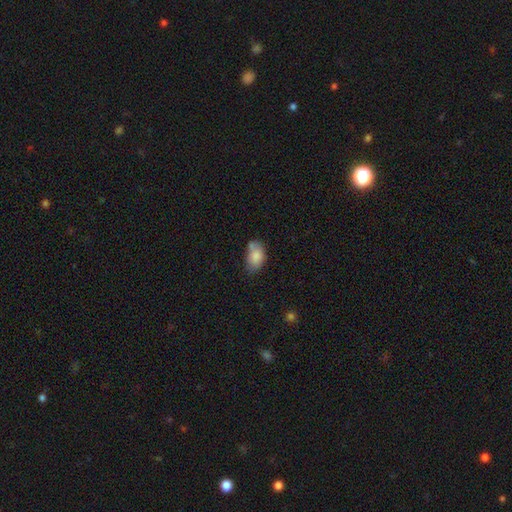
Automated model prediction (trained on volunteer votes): This appears to be a smooth galaxy with no disk features (81%) that is in between round and cigar-shaped (89%). Merging: none (50%).